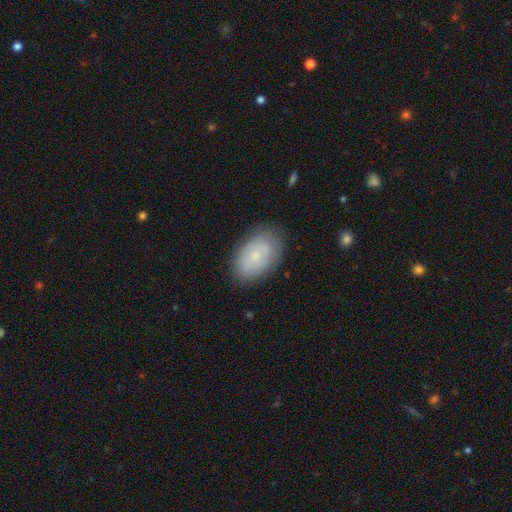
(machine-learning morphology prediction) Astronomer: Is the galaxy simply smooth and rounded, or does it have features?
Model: smooth — 69%.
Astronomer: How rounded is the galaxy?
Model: in between — 90%.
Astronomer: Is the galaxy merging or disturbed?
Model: none — 82%.